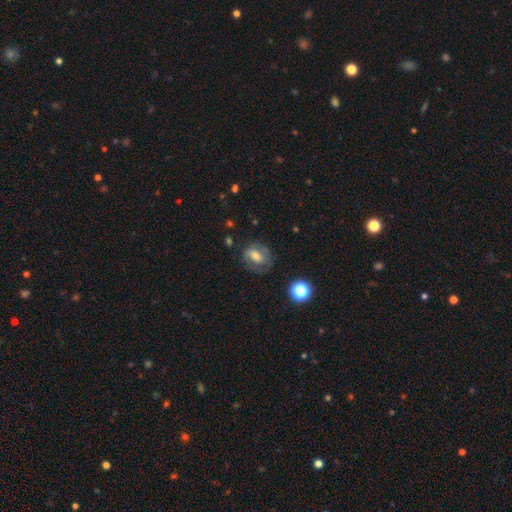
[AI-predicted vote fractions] smooth-or-featured: featured or disk: 46% | smooth: 43% | star or artifact: 11%
  merging: none: 67% | minor disturbance: 20% | major disturbance: 11% | merger: 2%